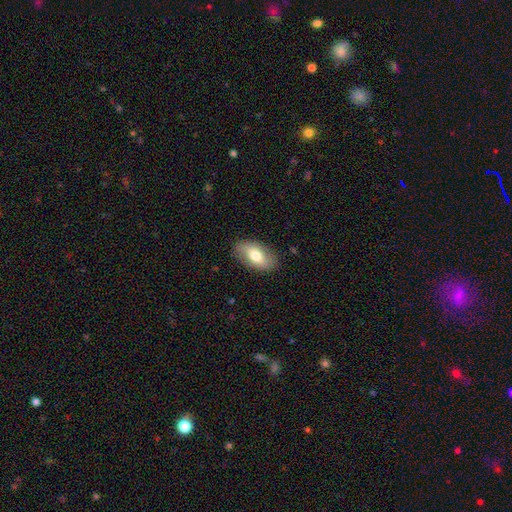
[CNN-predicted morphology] A smooth galaxy with no disk features (65%) that is in between round and cigar-shaped (92%).

Vote fractions:
- Smooth or featured? smooth: 65% / featured or disk: 29% / star or artifact: 6%
- How rounded? in between: 92% / round: 5% / cigar-shaped: 4%
- Merging? none: 84% / minor disturbance: 12% / major disturbance: 3% / merger: 1%